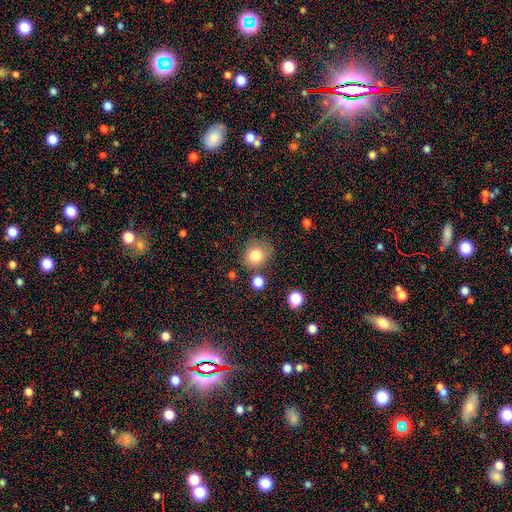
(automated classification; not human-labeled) This is clearly a smooth galaxy (80%). How rounded: likely round (75%). Merging: likely none (75%).